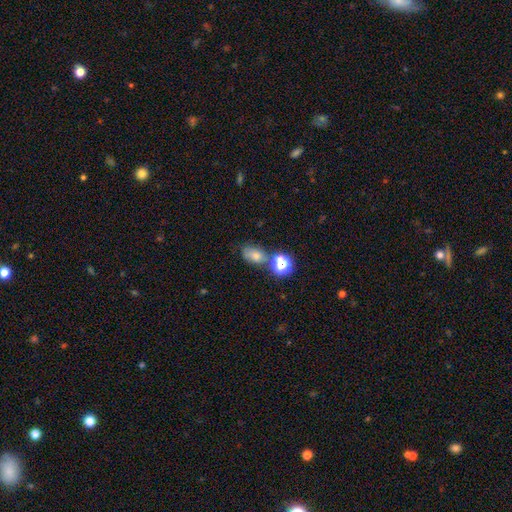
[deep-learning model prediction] Smooth or featured? Predicted: smooth (p=0.70). How rounded? Predicted: in between (p=0.74). Merging? Predicted: none (p=0.56).